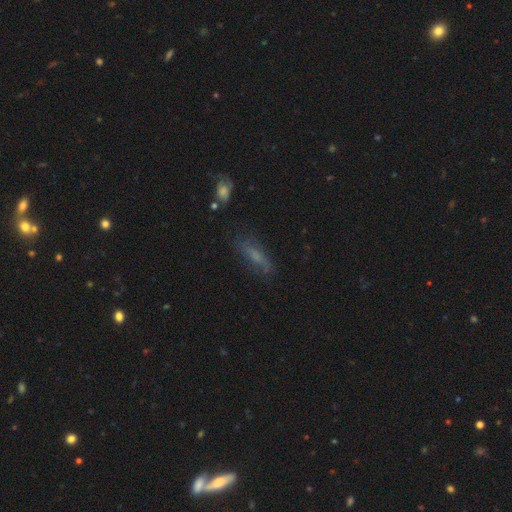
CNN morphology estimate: A smooth galaxy with no disk features (54%) that is cigar-shaped (54%).

Vote fractions:
- Smooth or featured? smooth: 54% / featured or disk: 32% / star or artifact: 14%
- How rounded? cigar-shaped: 54% / in between: 42% / round: 3%
- Merging? none: 67% / minor disturbance: 21% / major disturbance: 9% / merger: 3%